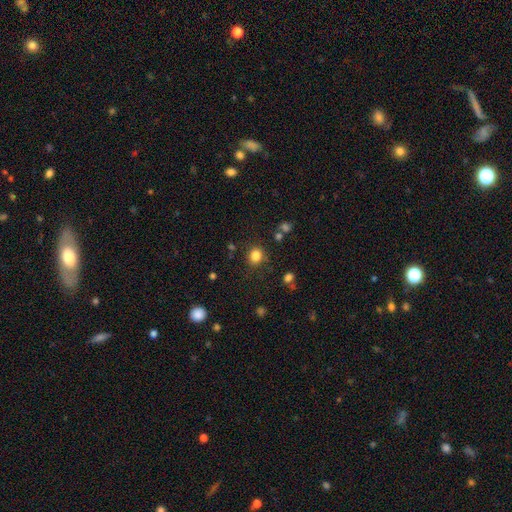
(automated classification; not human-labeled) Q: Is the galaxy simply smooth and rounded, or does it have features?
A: smooth — 83%.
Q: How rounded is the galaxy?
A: round — 74%.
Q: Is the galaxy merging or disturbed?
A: none — 80%.